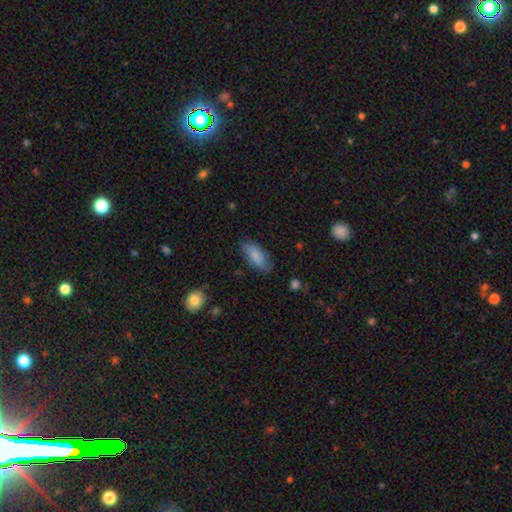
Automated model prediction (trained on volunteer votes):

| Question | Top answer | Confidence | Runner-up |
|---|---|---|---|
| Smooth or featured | smooth | 82% | featured or disk (12%) |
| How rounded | in between | 86% | cigar-shaped (11%) |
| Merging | none | 77% | minor disturbance (18%) |